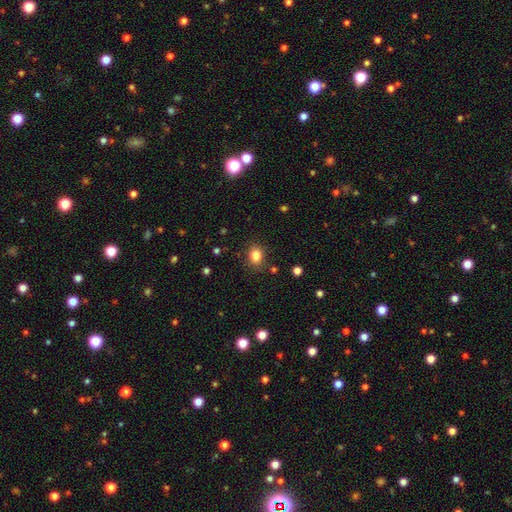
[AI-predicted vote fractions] Q: Smooth or featured?
A: smooth (84%); runner-up: star or artifact (11%)
Q: How rounded?
A: round (53%); runner-up: in between (46%)
Q: Merging?
A: none (84%); runner-up: minor disturbance (11%)